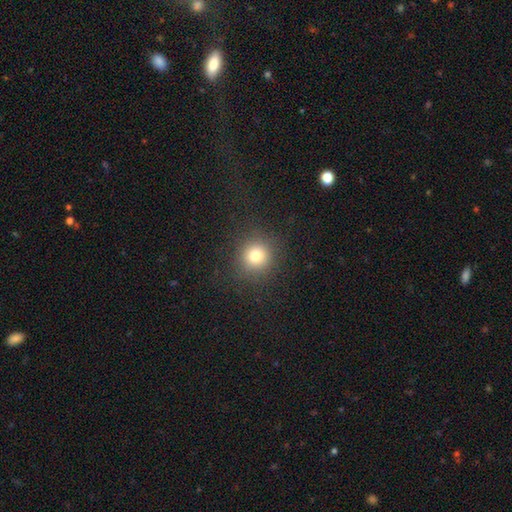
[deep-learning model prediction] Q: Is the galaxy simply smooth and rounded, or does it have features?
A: smooth — 77%.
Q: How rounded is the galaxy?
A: round — 91%.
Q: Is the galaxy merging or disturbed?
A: none — 88%.